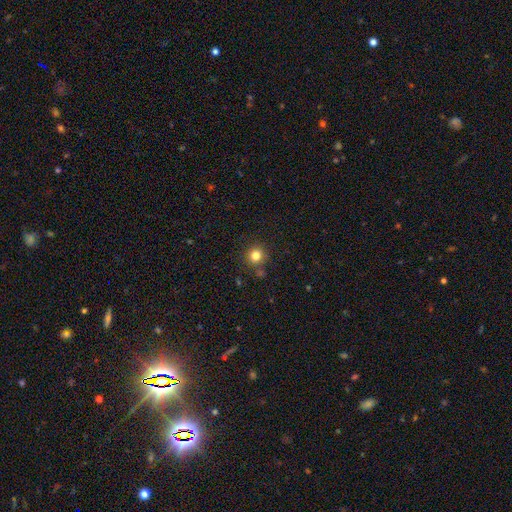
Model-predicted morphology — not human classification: Smooth or featured? smooth (81%)
How rounded? round (94%)
Merging? none (85%)